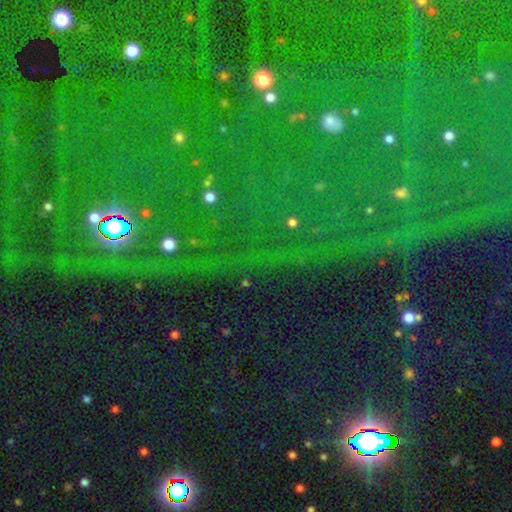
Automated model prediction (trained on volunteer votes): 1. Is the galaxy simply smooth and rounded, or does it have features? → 85% star or artifact, 8% smooth, 7% featured or disk.